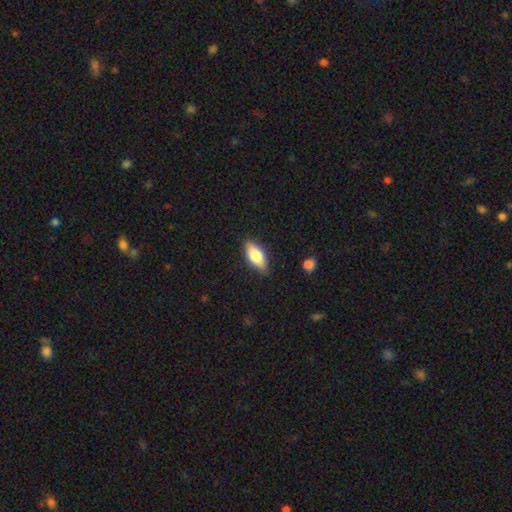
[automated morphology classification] type=smooth (75%); roundness=in between (82%); merging=none (83%).